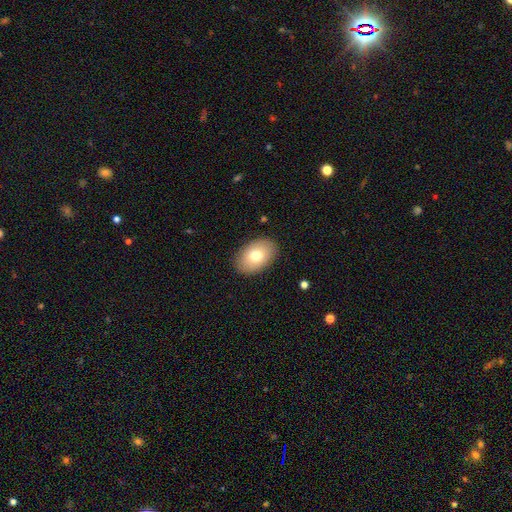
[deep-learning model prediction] Smooth or featured? Predicted: smooth (p=0.75). How rounded? Predicted: in between (p=0.88). Merging? Predicted: none (p=0.88).